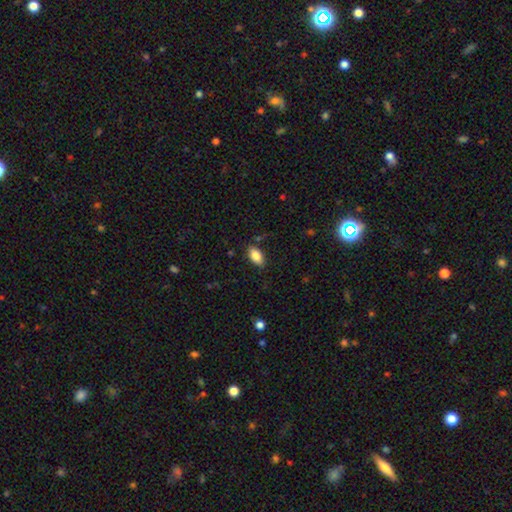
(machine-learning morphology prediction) A smooth galaxy with no disk features (85%) that is in between round and cigar-shaped (92%). Merging: none (83%).